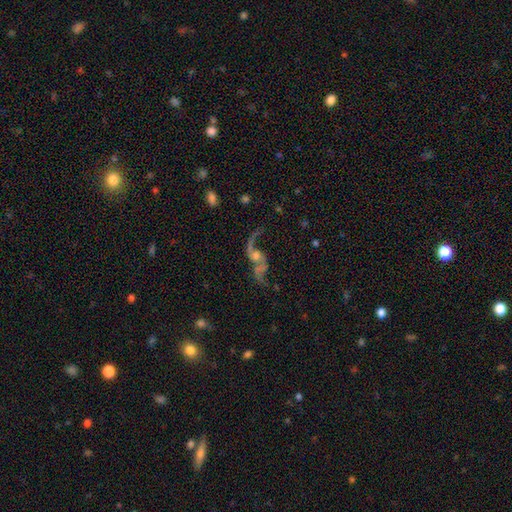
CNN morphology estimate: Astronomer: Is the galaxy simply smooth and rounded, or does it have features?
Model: featured or disk — 79%.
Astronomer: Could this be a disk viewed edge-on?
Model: no — 93%.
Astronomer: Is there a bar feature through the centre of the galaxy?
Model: no — 67%.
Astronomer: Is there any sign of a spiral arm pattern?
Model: yes — 85%.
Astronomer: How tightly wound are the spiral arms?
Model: loose — 87%.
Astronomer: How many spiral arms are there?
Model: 2 — 81%.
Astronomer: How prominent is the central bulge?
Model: moderate — 39%, tied with small at 39%.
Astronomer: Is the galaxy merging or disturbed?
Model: none — 42% (runner-up: major disturbance, 31%).